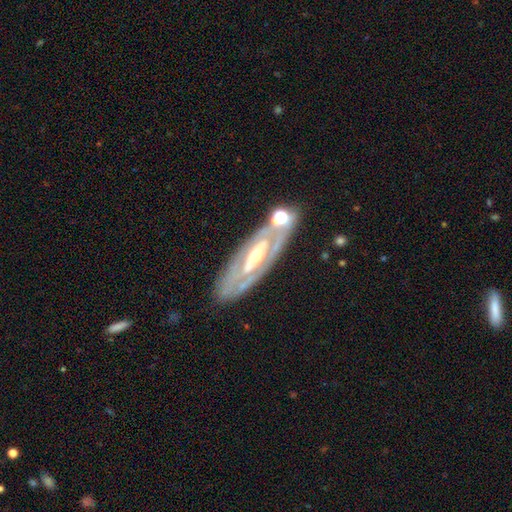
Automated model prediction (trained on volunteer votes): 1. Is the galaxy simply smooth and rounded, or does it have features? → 80% featured or disk, 13% smooth, 7% star or artifact.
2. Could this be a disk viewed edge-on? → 74% no, 26% yes.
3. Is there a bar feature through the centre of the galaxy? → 43% no, 29% weak, 27% strong.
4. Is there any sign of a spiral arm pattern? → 57% yes, 43% no.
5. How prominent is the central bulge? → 56% moderate, 38% small, 4% large, 1% none, 1% dominant.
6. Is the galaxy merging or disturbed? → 74% none, 13% minor disturbance, 8% merger, 5% major disturbance.